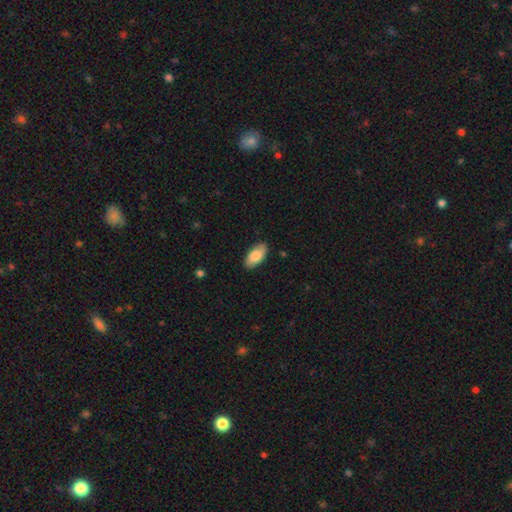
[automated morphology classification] A smooth galaxy with no disk features (79%) that is in between round and cigar-shaped (94%). Merging: none (86%).